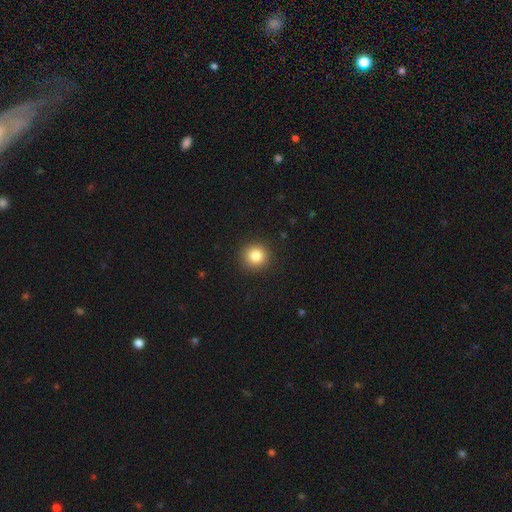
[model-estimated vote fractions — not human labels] smooth_or_featured: smooth (p=0.84) [alt: star or artifact p=0.10]
how_rounded: round (p=0.93) [alt: in between p=0.06]
merging: none (p=0.91) [alt: minor disturbance p=0.06]